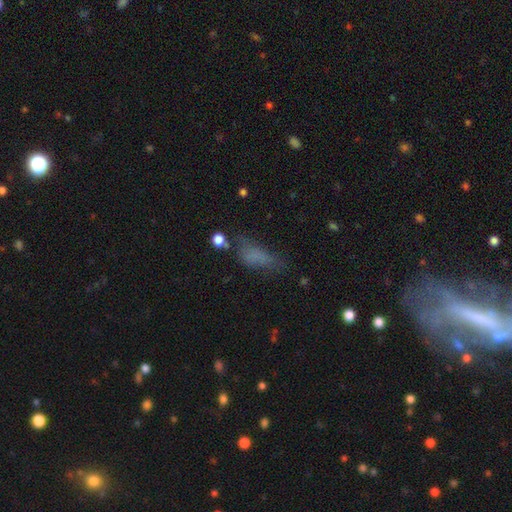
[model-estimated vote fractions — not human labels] Smooth or featured?
  - smooth: 64% *
  - featured or disk: 18%
  - star or artifact: 18%
How rounded?
  - in between: 65% *
  - cigar-shaped: 30%
  - round: 5%
Merging?
  - none: 40% *
  - minor disturbance: 28%
  - major disturbance: 26%
  - merger: 6%